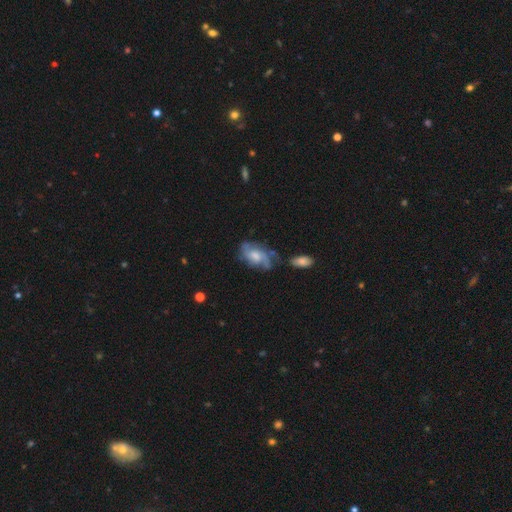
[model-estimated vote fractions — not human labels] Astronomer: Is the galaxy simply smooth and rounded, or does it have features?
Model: featured or disk — 69%.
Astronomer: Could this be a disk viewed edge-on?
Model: no — 96%.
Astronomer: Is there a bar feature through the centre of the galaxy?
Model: no — 61%.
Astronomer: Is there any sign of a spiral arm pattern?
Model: yes — 88%.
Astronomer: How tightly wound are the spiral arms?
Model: medium — 47% (runner-up: loose, 27%).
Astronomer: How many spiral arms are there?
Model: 2 — 46% (runner-up: can't tell, 22%).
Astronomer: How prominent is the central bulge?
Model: moderate — 45% (runner-up: small, 24%).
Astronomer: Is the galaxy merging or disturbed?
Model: none — 53%.